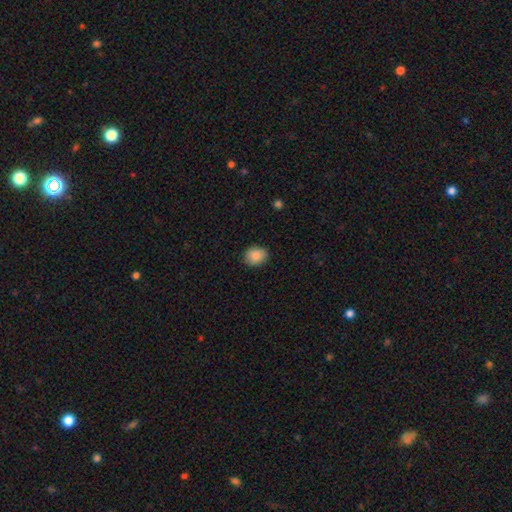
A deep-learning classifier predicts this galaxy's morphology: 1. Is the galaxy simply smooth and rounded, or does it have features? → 85% smooth, 8% star or artifact, 7% featured or disk.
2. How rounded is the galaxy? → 57% round, 43% in between, 1% cigar-shaped.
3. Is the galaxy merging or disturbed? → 86% none, 11% minor disturbance, 2% major disturbance, 1% merger.